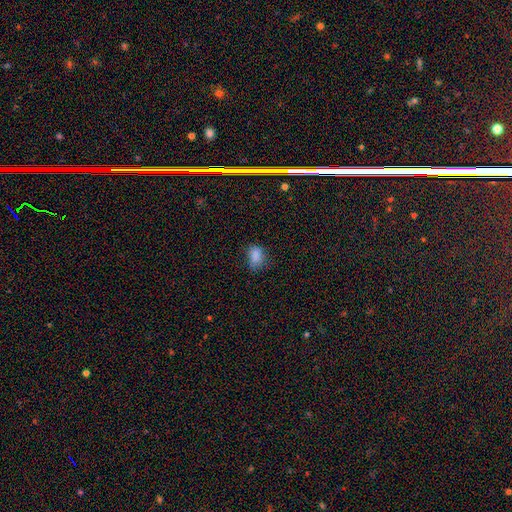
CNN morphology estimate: The model was most divided on "merging": none: 64%, minor disturbance: 26%, major disturbance: 8%, merger: 2%. More confident: smooth or featured — smooth (83%); how rounded — in between (75%).